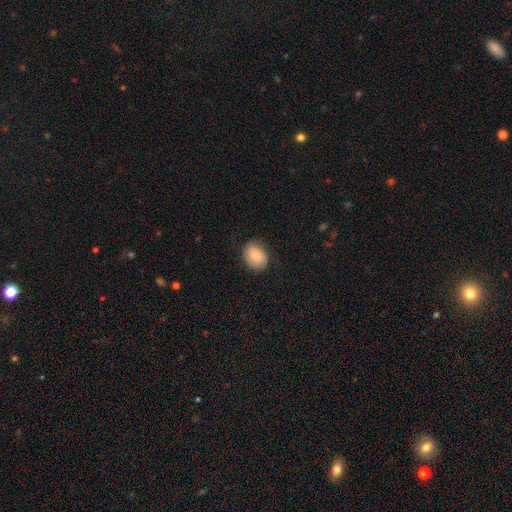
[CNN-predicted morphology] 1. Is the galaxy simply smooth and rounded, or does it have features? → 84% smooth, 9% featured or disk, 7% star or artifact.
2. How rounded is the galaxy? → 64% in between, 35% round, 1% cigar-shaped.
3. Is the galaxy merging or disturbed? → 81% none, 14% minor disturbance, 4% major disturbance, 1% merger.